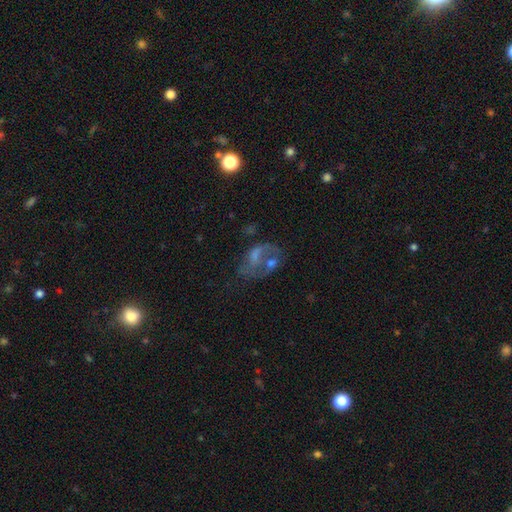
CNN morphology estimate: Overall: featured or disk (56%; smooth 26%). Edge-on disk: no (96%). Bar: no (67%). Spiral arms: no (51%; yes 49%). Bulge size: moderate (34%; small 33%). Merging: none (36%; major disturbance 26%).